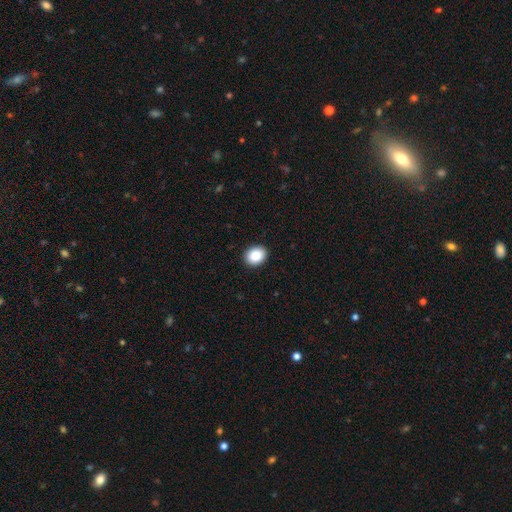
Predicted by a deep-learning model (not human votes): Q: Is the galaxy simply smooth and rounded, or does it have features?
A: smooth — 86%.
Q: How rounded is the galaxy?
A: round — 51%.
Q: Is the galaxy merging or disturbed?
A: none — 92%.